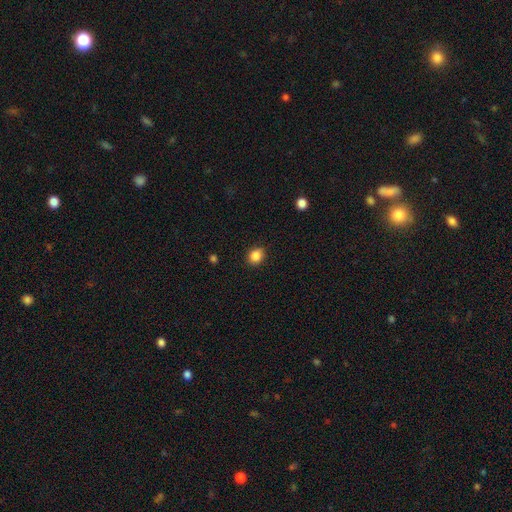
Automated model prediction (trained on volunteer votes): A smooth galaxy with no disk features (86%) that is round (68%). Merging: none (89%).